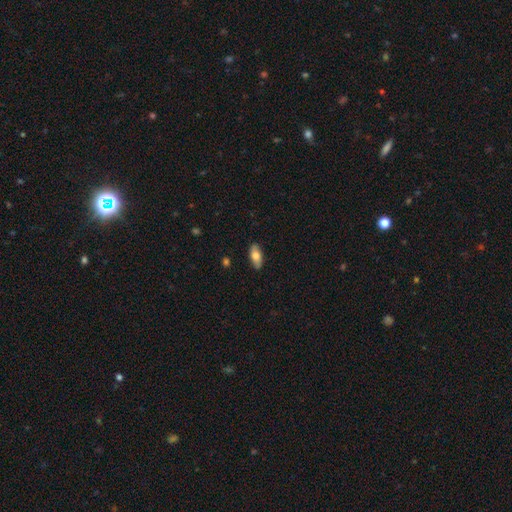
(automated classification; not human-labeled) Overall: smooth (73%). How rounded: in between (86%). Merging: none (86%).